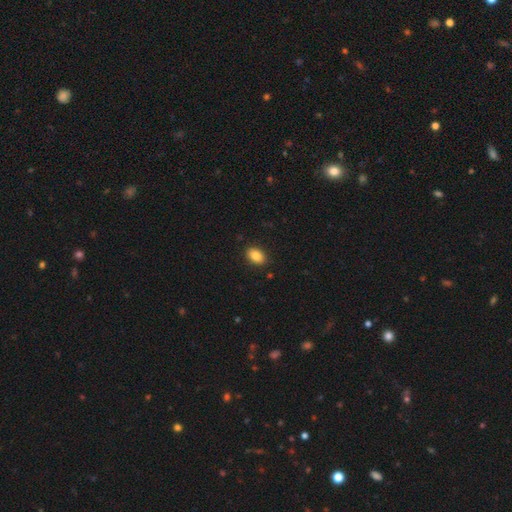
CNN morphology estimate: A smooth galaxy with no disk features (86%) that is in between round and cigar-shaped (87%). Merging: none (88%).